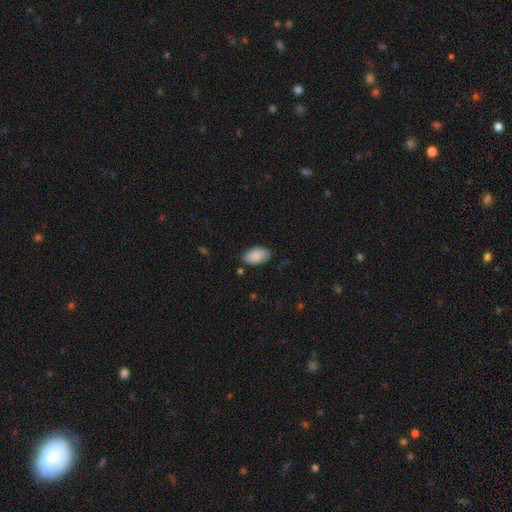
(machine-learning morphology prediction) Smooth or featured?
  - smooth: 87% *
  - featured or disk: 6%
  - star or artifact: 6%
How rounded?
  - in between: 94% *
  - round: 4%
  - cigar-shaped: 2%
Merging?
  - none: 78% *
  - minor disturbance: 17%
  - major disturbance: 3%
  - merger: 2%